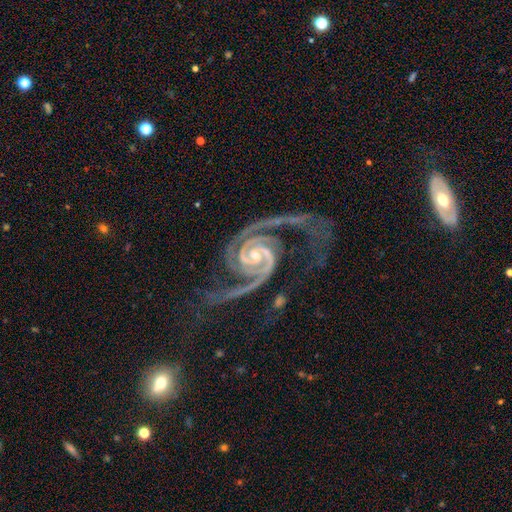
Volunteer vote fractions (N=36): Q: Smooth or featured?
A: featured or disk (97%); runner-up: smooth (3%)
Q: Edge-on disk?
A: no (100%)
Q: Bar?
A: no (49%); runner-up: weak (43%)
Q: Spiral arms?
A: yes (100%)
Q: Spiral winding?
A: tight (54%); runner-up: medium (23%)
Q: Spiral arm count?
A: 2 (54%); runner-up: 3 (43%)
Q: Bulge size?
A: small (69%); runner-up: moderate (26%)
Q: Merging?
A: none (44%); runner-up: major disturbance (39%)